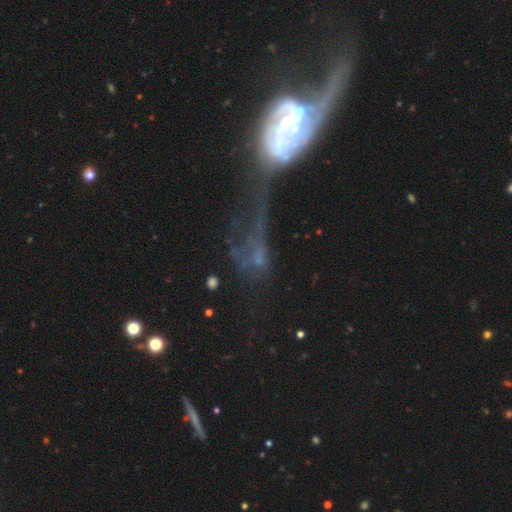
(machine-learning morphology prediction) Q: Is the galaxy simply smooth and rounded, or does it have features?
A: featured or disk — 46%.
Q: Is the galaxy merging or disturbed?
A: major disturbance — 47%.